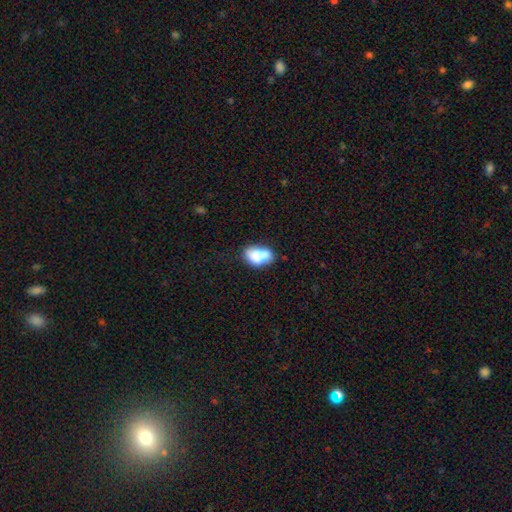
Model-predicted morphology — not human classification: Smooth or featured: smooth — 74% (featured or disk — 17%)
How rounded: in between — 87% (round — 11%)
Merging: none — 40% (merger — 33%)